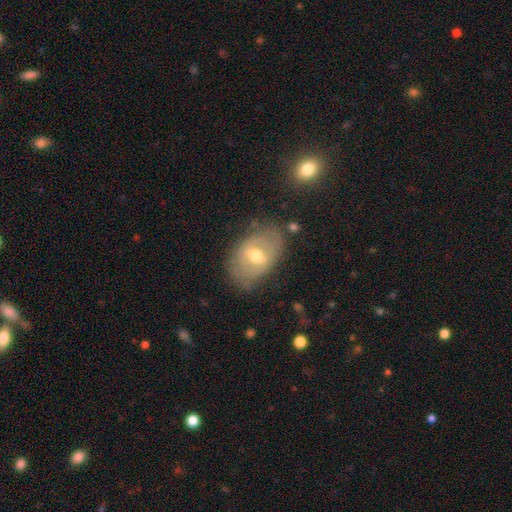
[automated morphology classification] Overall: featured or disk (59%; smooth 33%). Edge-on disk: no (93%). Bar: weak (49%; no 34%). Spiral arms: no (50%, tied with yes). Bulge size: moderate (71%). Merging: none (69%).